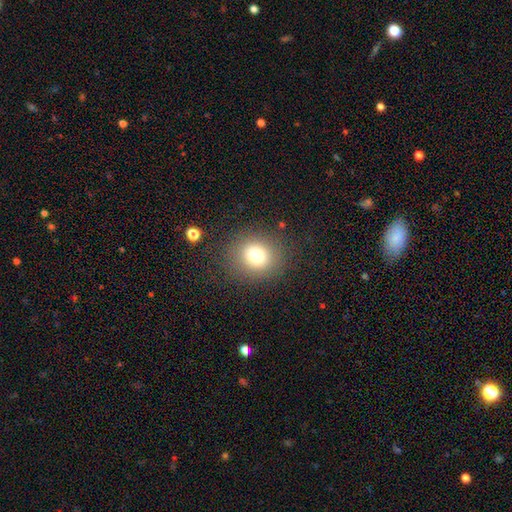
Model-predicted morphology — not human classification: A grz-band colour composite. It shows a smooth galaxy with no disk features (77%) that is round (82%). Merging: none (85%).